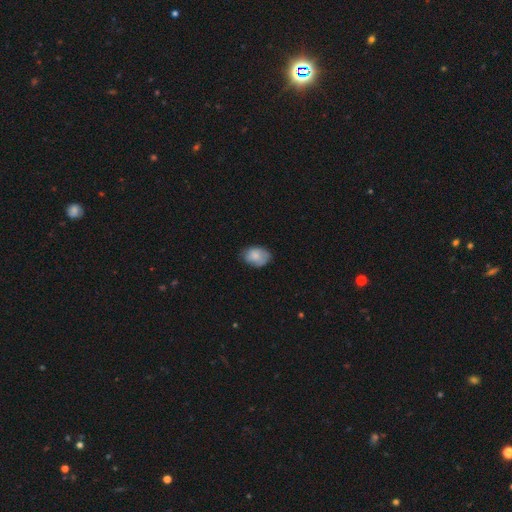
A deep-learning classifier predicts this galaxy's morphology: smooth 80%, featured or disk 13%, star or artifact 7%. Down the decision tree: how rounded — in between (79%); merging — none (66%).